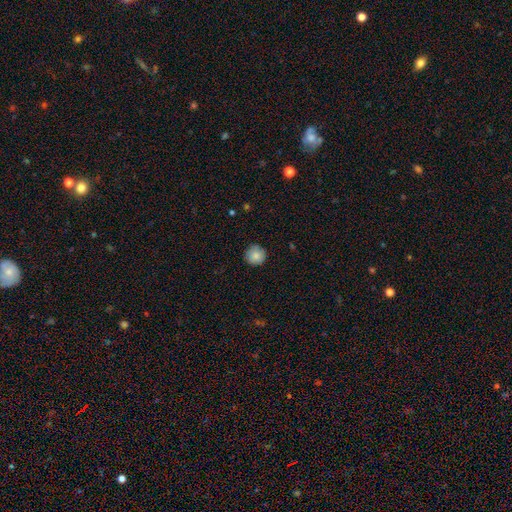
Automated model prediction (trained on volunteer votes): A smooth galaxy with no disk features (85%) that is round (95%). Merging: none (86%).